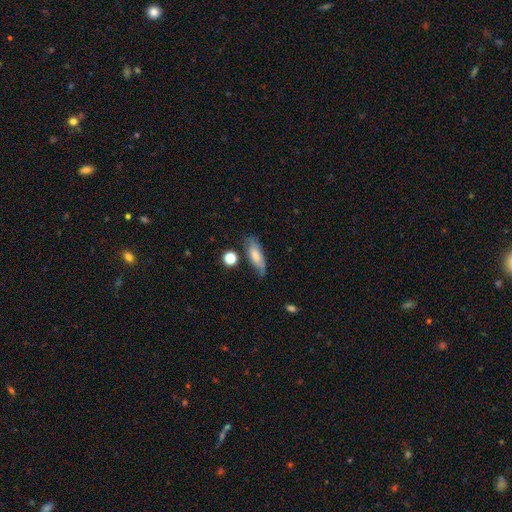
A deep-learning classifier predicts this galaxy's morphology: This appears to be a smooth galaxy with no disk features (68%) that is in between round and cigar-shaped (66%). Merging: none (65%).